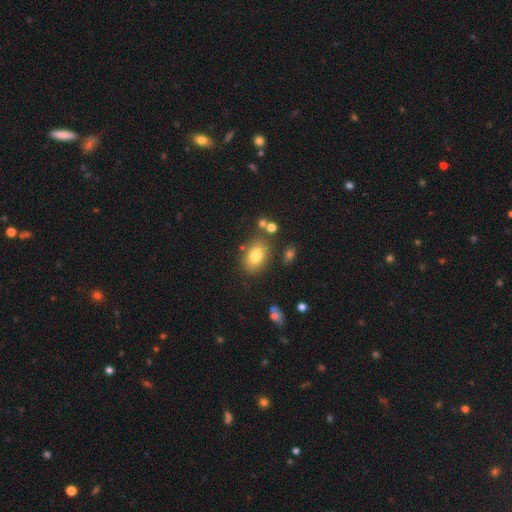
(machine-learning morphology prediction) A smooth galaxy with no disk features (78%) that is in between round and cigar-shaped (78%).

Vote fractions:
- Smooth or featured? smooth: 78% / featured or disk: 12% / star or artifact: 10%
- How rounded? in between: 78% / round: 21% / cigar-shaped: 1%
- Merging? none: 77% / minor disturbance: 13% / merger: 7% / major disturbance: 4%